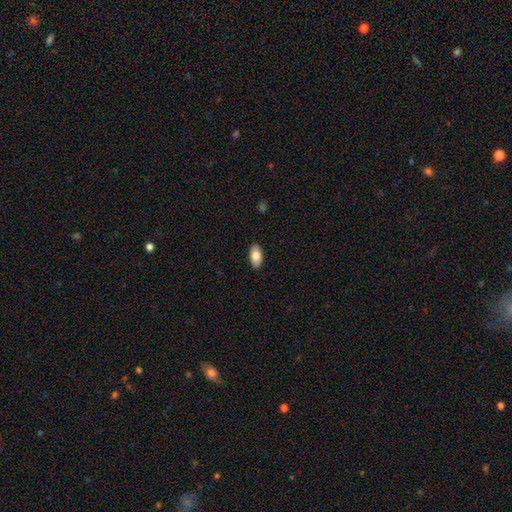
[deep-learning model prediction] Smooth or featured: smooth — 82% (featured or disk — 12%)
How rounded: in between — 93% (cigar-shaped — 4%)
Merging: none — 89% (minor disturbance — 8%)